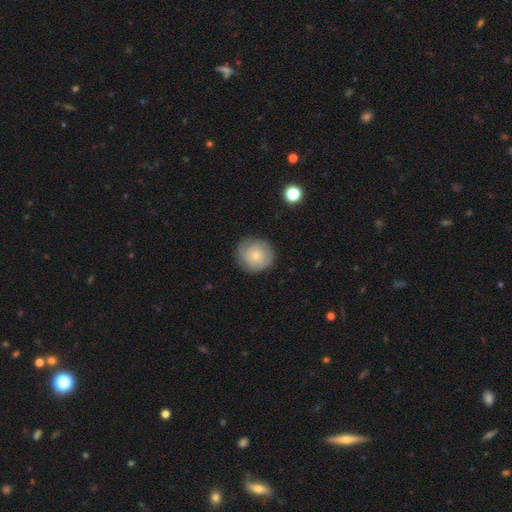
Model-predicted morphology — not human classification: Smooth or featured?
  - smooth: 62% *
  - featured or disk: 31%
  - star or artifact: 8%
How rounded?
  - round: 91% *
  - in between: 8%
  - cigar-shaped: 1%
Merging?
  - none: 83% *
  - minor disturbance: 12%
  - major disturbance: 3%
  - merger: 1%